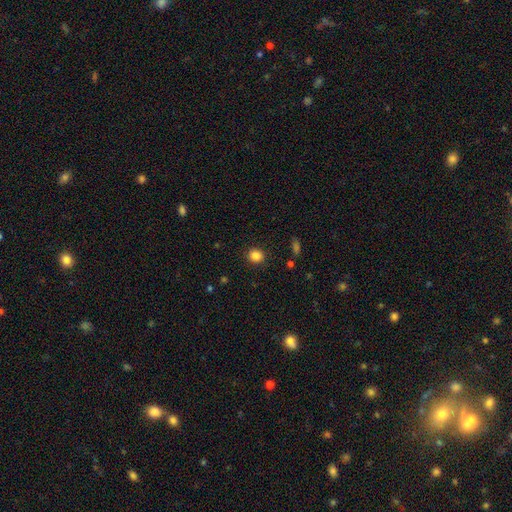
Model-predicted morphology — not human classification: smooth_or_featured: smooth (p=0.85) [alt: star or artifact p=0.11]
how_rounded: round (p=0.75) [alt: in between p=0.25]
merging: none (p=0.89) [alt: minor disturbance p=0.07]